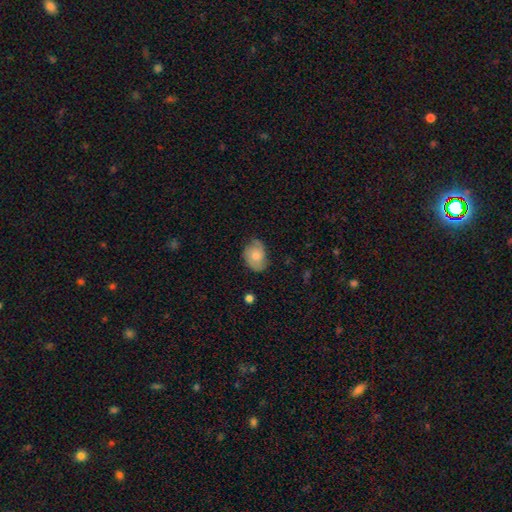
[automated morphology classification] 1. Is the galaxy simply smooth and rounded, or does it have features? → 60% smooth, 33% featured or disk, 7% star or artifact.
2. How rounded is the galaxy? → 69% in between, 29% round, 1% cigar-shaped.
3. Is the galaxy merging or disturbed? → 63% none, 29% minor disturbance, 7% major disturbance, 1% merger.